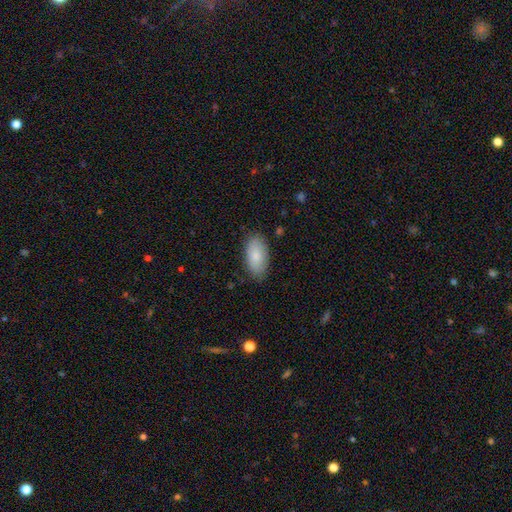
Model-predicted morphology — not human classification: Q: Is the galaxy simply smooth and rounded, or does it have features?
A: smooth — 85%.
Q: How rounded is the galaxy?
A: in between — 94%.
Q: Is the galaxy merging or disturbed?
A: none — 84%.